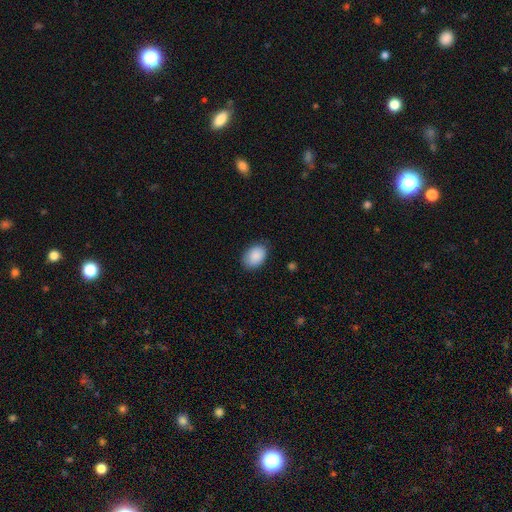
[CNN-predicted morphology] Overall: smooth (89%). How rounded: in between (81%). Merging: none (82%).